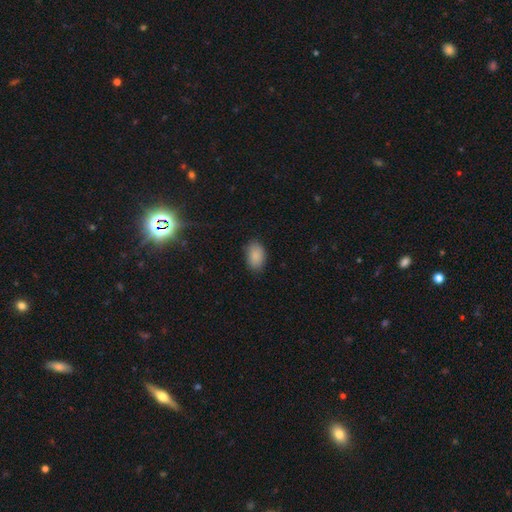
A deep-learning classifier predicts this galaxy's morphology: Smooth or featured?
  - smooth: 88% *
  - star or artifact: 8%
  - featured or disk: 4%
How rounded?
  - in between: 88% *
  - round: 10%
  - cigar-shaped: 1%
Merging?
  - none: 84% *
  - minor disturbance: 12%
  - major disturbance: 3%
  - merger: 1%